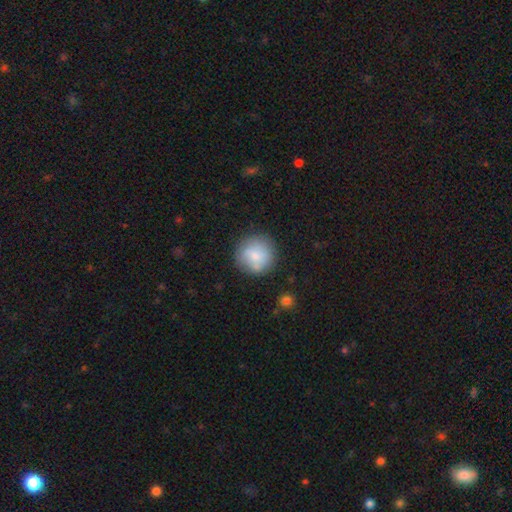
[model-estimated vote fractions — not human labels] Overall: smooth (75%). How rounded: round (93%). Merging: none (75%).